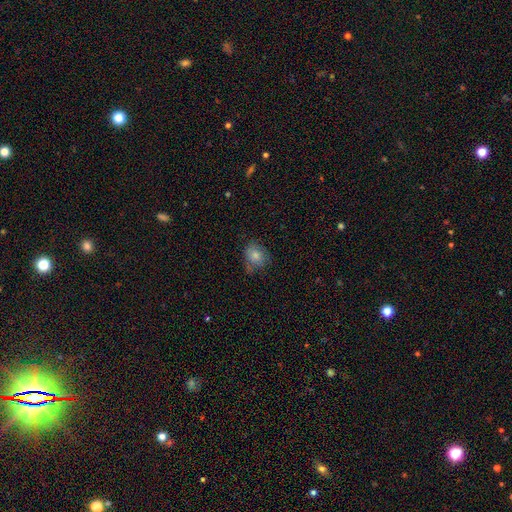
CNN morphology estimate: Smooth or featured?
  - smooth: 71% *
  - featured or disk: 16%
  - star or artifact: 13%
How rounded?
  - round: 69% *
  - in between: 30%
  - cigar-shaped: 1%
Merging?
  - none: 67% *
  - minor disturbance: 23%
  - major disturbance: 7%
  - merger: 3%